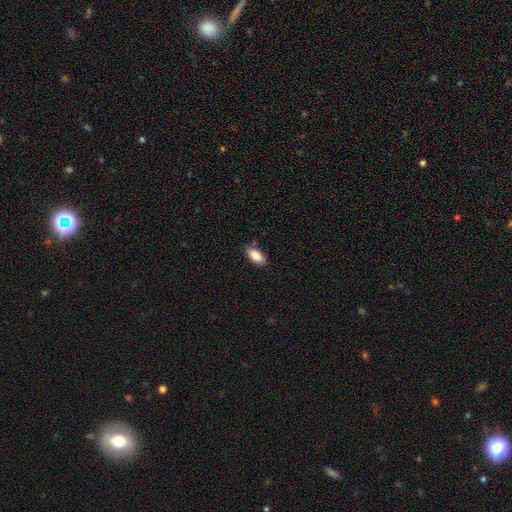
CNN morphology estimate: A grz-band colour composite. It shows a smooth galaxy with no disk features (87%) that is in between round and cigar-shaped (91%). Merging: none (78%).